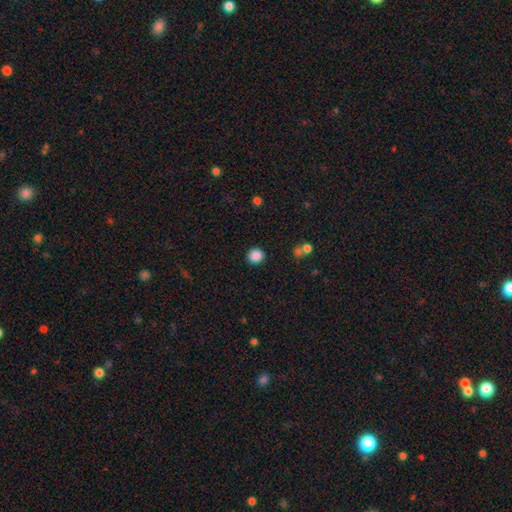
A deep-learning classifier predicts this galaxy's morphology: smooth_or_featured: smooth (p=0.87) [alt: star or artifact p=0.10]
how_rounded: round (p=0.90) [alt: in between p=0.09]
merging: none (p=0.90) [alt: minor disturbance p=0.06]